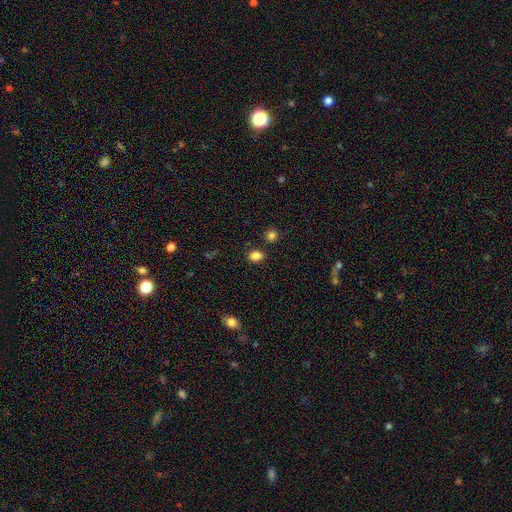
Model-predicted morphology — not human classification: Q: Smooth or featured?
A: smooth (85%); runner-up: star or artifact (11%)
Q: How rounded?
A: round (51%); runner-up: in between (48%)
Q: Merging?
A: none (83%); runner-up: minor disturbance (9%)